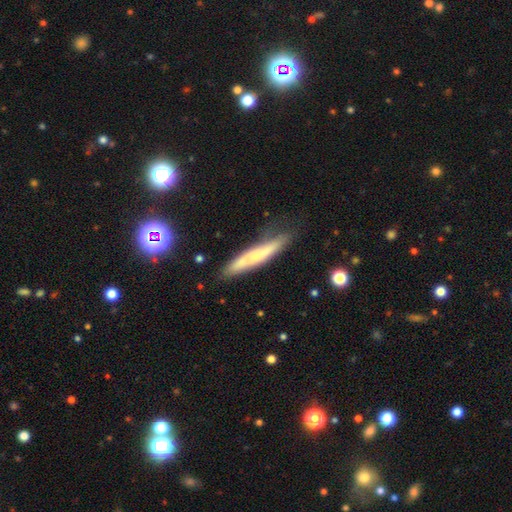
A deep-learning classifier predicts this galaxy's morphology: Overall: smooth (56%; featured or disk 35%). How rounded: cigar-shaped (92%). Merging: none (74%).